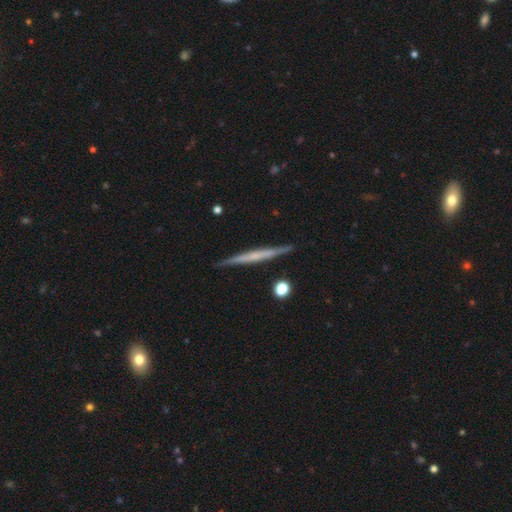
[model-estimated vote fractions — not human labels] This appears to be a featured or disk galaxy (61%) viewed edge-on (98%) with no central bulge (72%). Merging: none (90%).